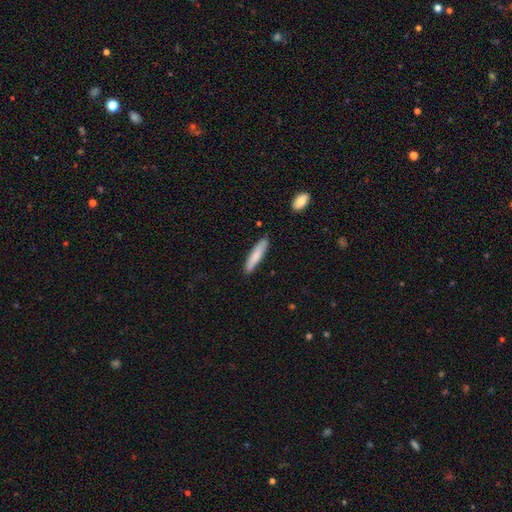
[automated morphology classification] Smooth or featured? Predicted: smooth (p=0.79). How rounded? Predicted: cigar-shaped (p=0.85). Merging? Predicted: none (p=0.86).